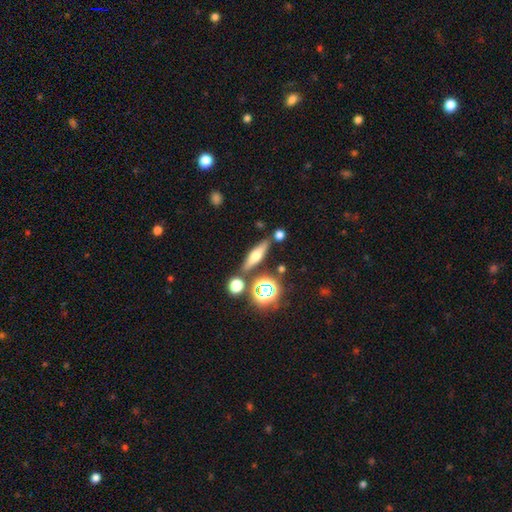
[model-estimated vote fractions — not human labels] The model was most divided on "smooth or featured": featured or disk: 45%, smooth: 41%, star or artifact: 14%. More confident: merging — none (78%).